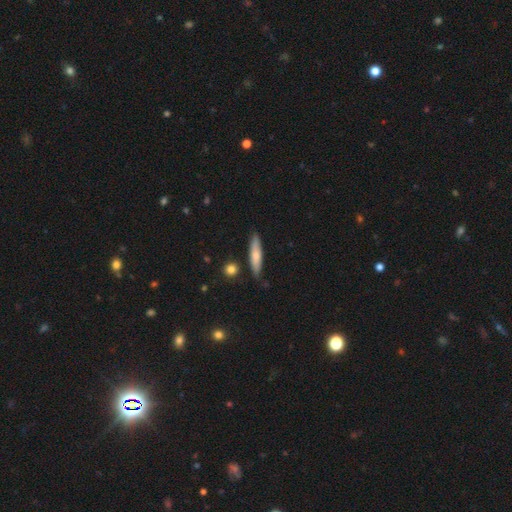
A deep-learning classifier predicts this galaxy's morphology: smooth 67%, featured or disk 27%, star or artifact 6%. Down the decision tree: how rounded — cigar-shaped (81%); merging — none (83%).